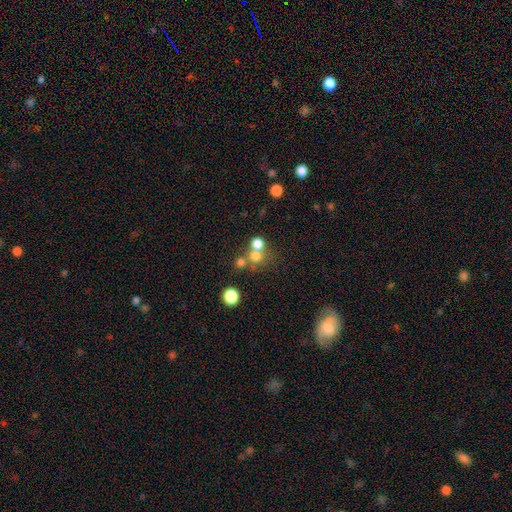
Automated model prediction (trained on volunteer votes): Overall: smooth (69%). How rounded: round (88%). Merging: none (49%; merger 41%).